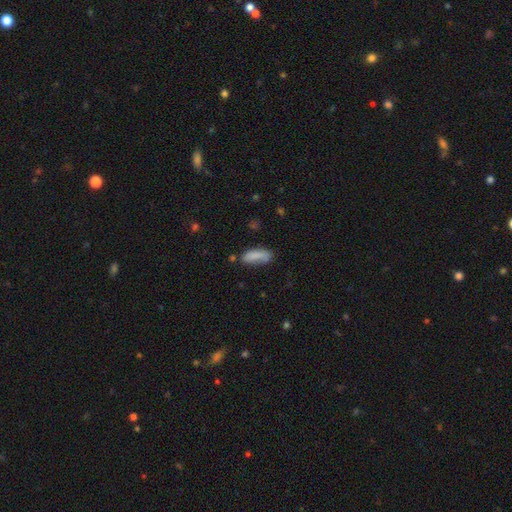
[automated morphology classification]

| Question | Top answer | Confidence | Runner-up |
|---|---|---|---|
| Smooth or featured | smooth | 82% | featured or disk (10%) |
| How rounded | in between | 63% | cigar-shaped (35%) |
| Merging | none | 56% | minor disturbance (26%) |